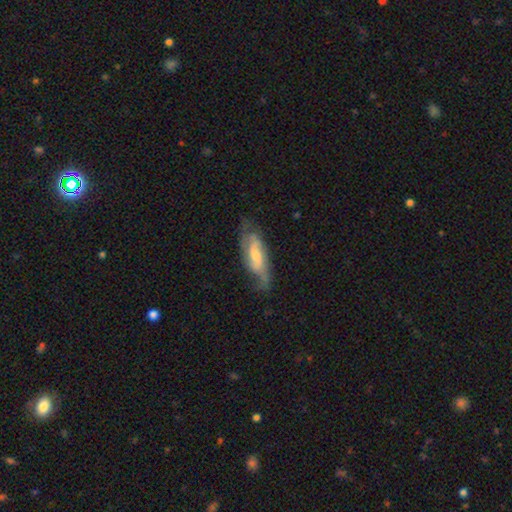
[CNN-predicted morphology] Smooth or featured: featured or disk — 63% (smooth — 31%)
Edge-on disk: no — 83% (yes — 17%)
Bar: no — 47% (weak — 40%)
Spiral arms: yes — 84% (no — 16%)
Bulge size: moderate — 45% (small — 33%)
Merging: none — 55% (minor disturbance — 28%)